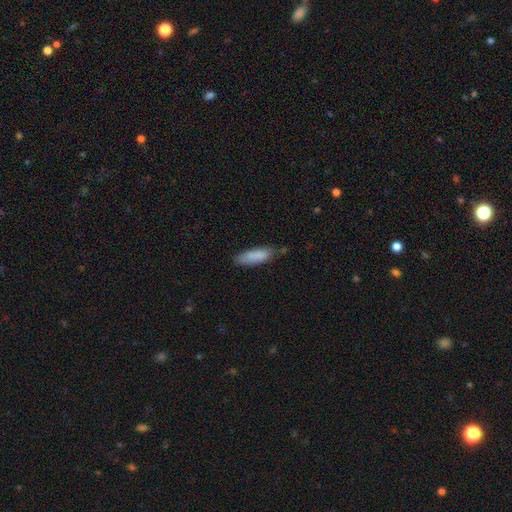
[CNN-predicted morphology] Smooth or featured: smooth — 85% (featured or disk — 8%)
How rounded: in between — 50% (cigar-shaped — 48%)
Merging: none — 70% (minor disturbance — 23%)